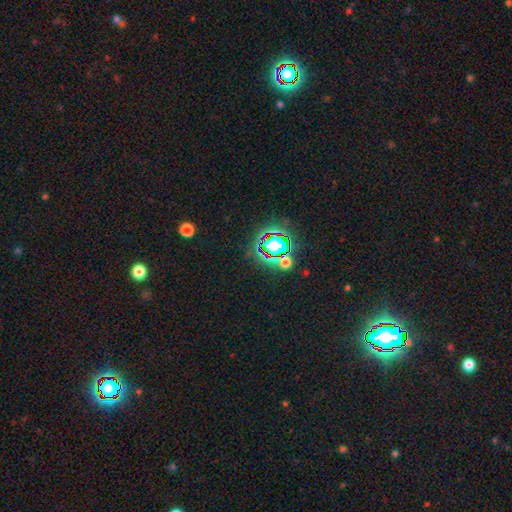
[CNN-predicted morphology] smooth-or-featured: star or artifact: 82% | smooth: 11% | featured or disk: 7%